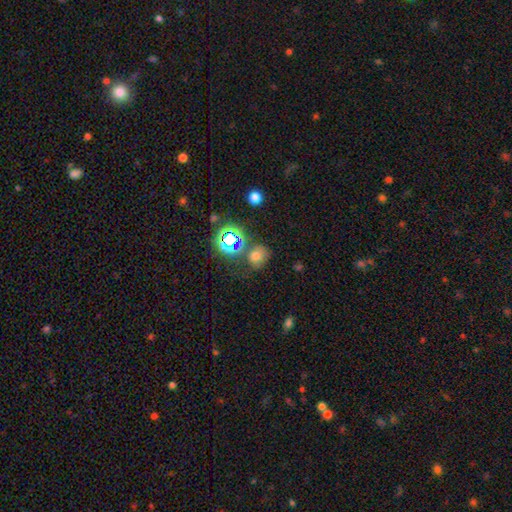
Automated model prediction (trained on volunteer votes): Morphology: type=smooth (64%); roundness=round (66%); merging=none (61%).